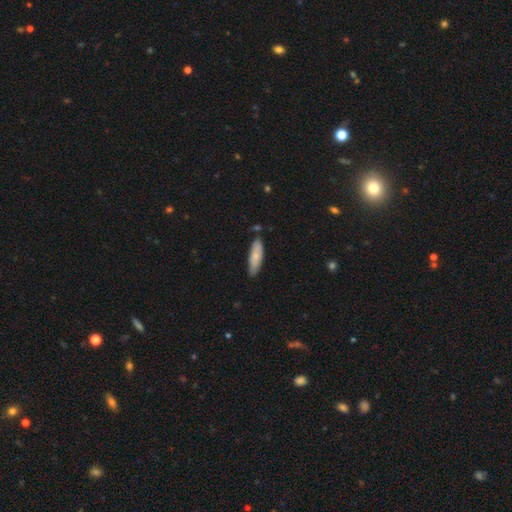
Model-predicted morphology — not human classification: A smooth galaxy with no disk features (74%) that is cigar-shaped (51%).

Vote fractions:
- Smooth or featured? smooth: 74% / featured or disk: 20% / star or artifact: 6%
- How rounded? cigar-shaped: 51% / in between: 47% / round: 2%
- Merging? none: 76% / minor disturbance: 18% / merger: 4% / major disturbance: 3%